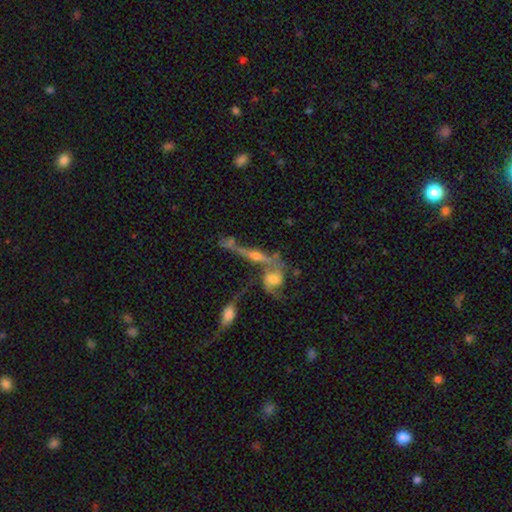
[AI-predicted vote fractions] Smooth or featured? Predicted: featured or disk (p=0.70). Edge-on disk? Predicted: yes (p=0.59). Merging? Predicted: merger (p=0.52).